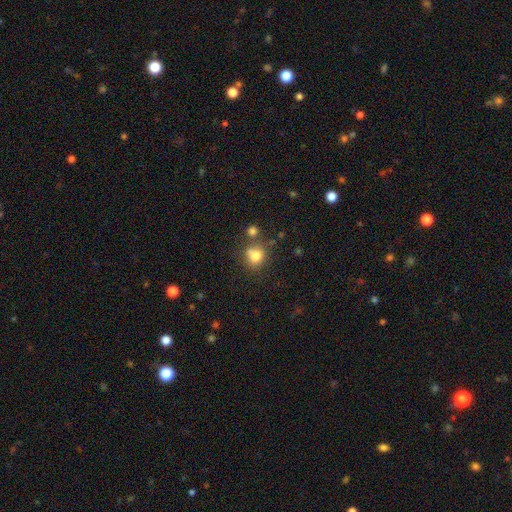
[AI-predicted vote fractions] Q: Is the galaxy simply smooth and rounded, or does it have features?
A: smooth — 77%.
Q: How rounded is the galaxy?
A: round — 76%.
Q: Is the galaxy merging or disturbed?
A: none — 58%.